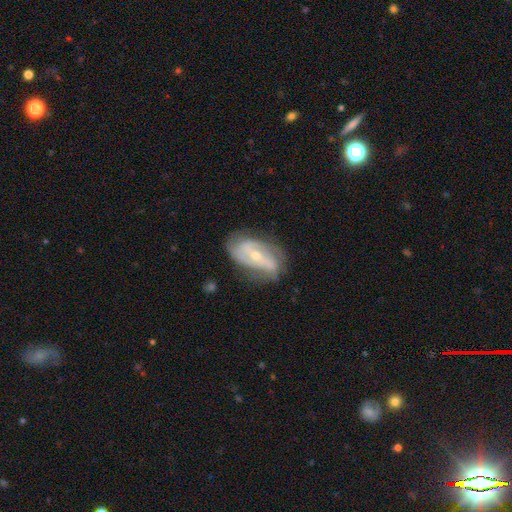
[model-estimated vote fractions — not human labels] Q: Smooth or featured?
A: featured or disk (79%); runner-up: smooth (14%)
Q: Edge-on disk?
A: no (94%); runner-up: yes (6%)
Q: Bar?
A: strong (37%); runner-up: weak (34%)
Q: Spiral arms?
A: yes (88%); runner-up: no (12%)
Q: Spiral winding?
A: medium (41%); runner-up: tight (35%)
Q: Spiral arm count?
A: 2 (62%); runner-up: can't tell (19%)
Q: Bulge size?
A: small (56%); runner-up: moderate (41%)
Q: Merging?
A: none (68%); runner-up: minor disturbance (22%)